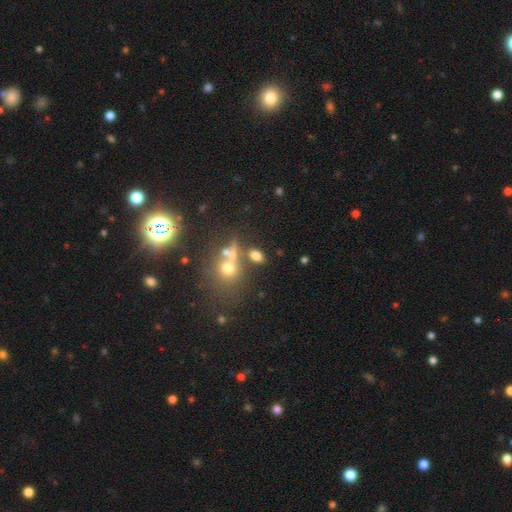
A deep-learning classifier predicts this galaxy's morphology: Smooth or featured: smooth — 70% (star or artifact — 16%)
How rounded: in between — 78% (round — 17%)
Merging: none — 61% (merger — 20%)